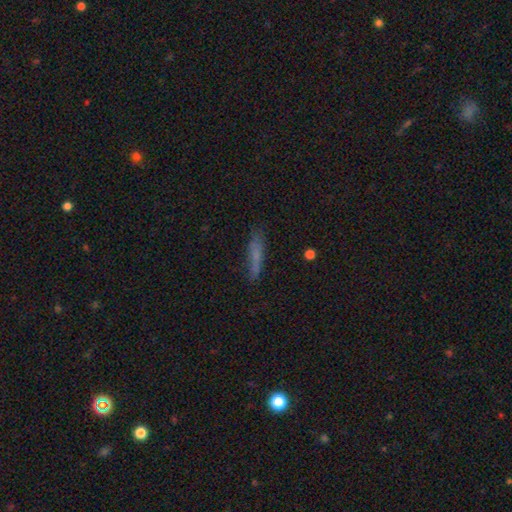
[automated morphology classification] This appears to be a smooth galaxy with no disk features (63%) that is cigar-shaped (85%). Merging: none (72%).